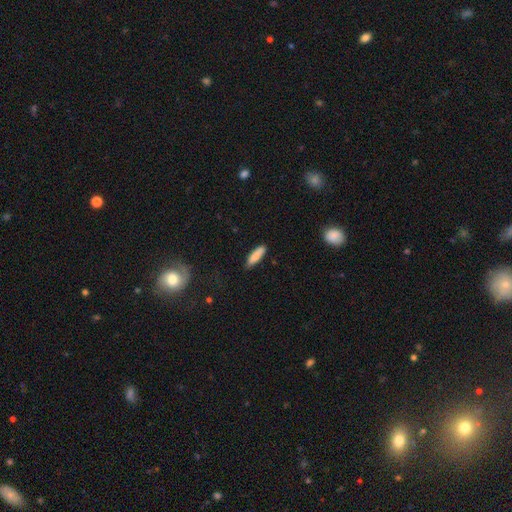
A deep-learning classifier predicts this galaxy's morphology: Smooth or featured: smooth — 82% (featured or disk — 12%)
How rounded: cigar-shaped — 63% (in between — 36%)
Merging: none — 82% (minor disturbance — 14%)